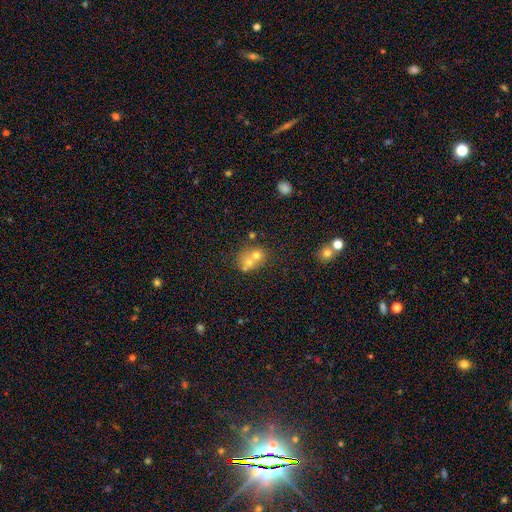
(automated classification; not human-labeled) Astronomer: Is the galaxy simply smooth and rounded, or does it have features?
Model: smooth — 57%.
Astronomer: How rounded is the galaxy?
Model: round — 74%.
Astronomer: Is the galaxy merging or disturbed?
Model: merger — 52% (runner-up: none, 37%).